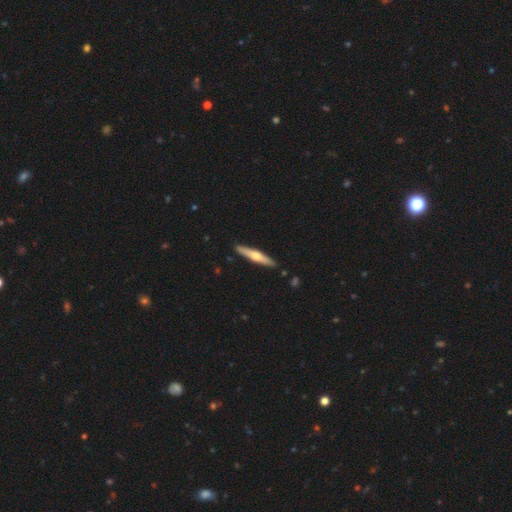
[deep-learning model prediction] A featured or disk galaxy (52%) viewed edge-on (95%).

Vote fractions:
- Smooth or featured? featured or disk: 52% / smooth: 43% / star or artifact: 5%
- Edge-on disk? yes: 95% / no: 5%
- Merging? none: 90% / minor disturbance: 7% / merger: 1% / major disturbance: 1%